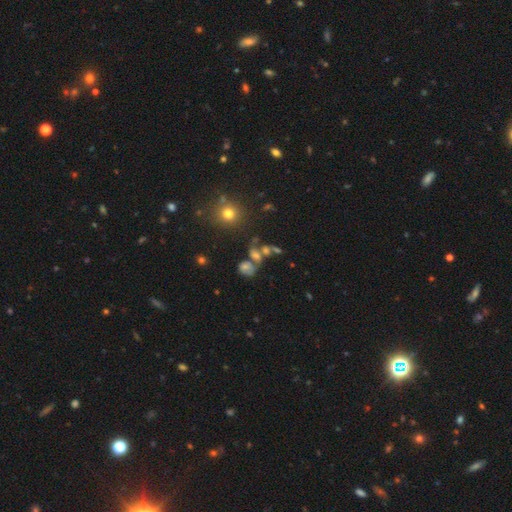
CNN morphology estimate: Smooth or featured? Predicted: star or artifact (p=0.36).